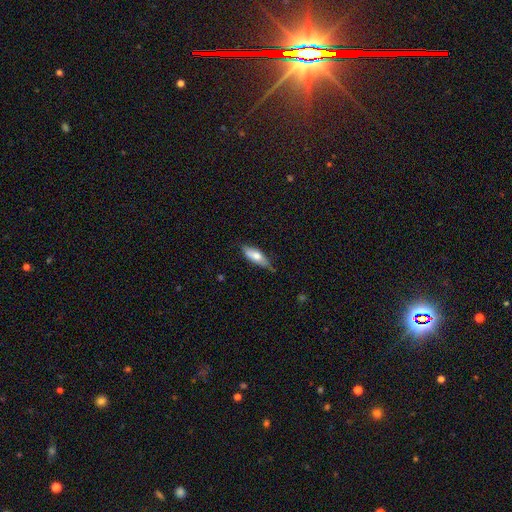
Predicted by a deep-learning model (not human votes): smooth-or-featured: smooth: 68% | featured or disk: 26% | star or artifact: 6%
  how-rounded: in between: 65% | cigar-shaped: 33% | round: 2%
  merging: none: 65% | minor disturbance: 28% | major disturbance: 5% | merger: 2%